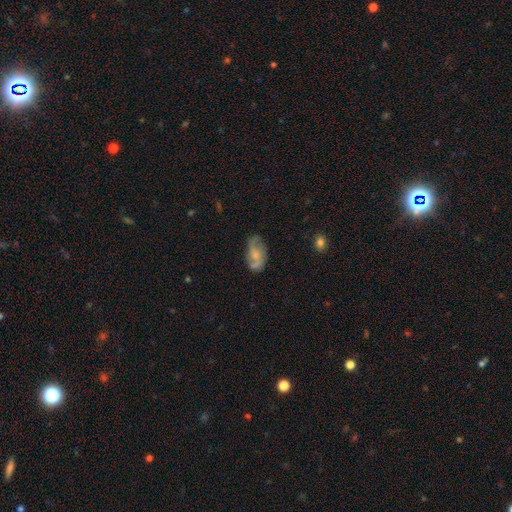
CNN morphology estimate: Smooth or featured? featured or disk (52%)
Edge-on disk? no (95%)
Merging? none (61%)